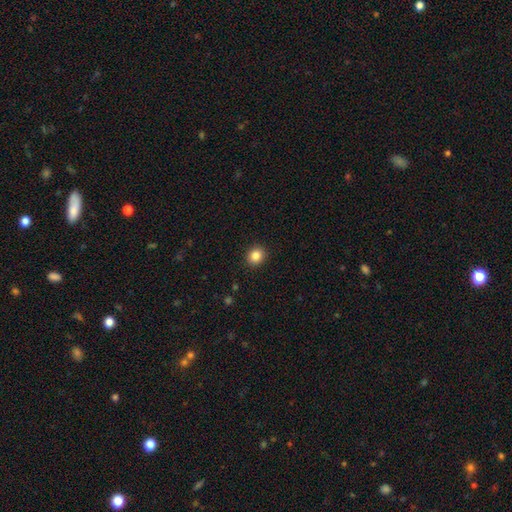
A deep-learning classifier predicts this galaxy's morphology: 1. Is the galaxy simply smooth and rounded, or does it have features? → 85% smooth, 11% star or artifact, 5% featured or disk.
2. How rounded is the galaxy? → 77% round, 22% in between, 1% cigar-shaped.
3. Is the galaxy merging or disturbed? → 92% none, 6% minor disturbance, 2% major disturbance, 1% merger.